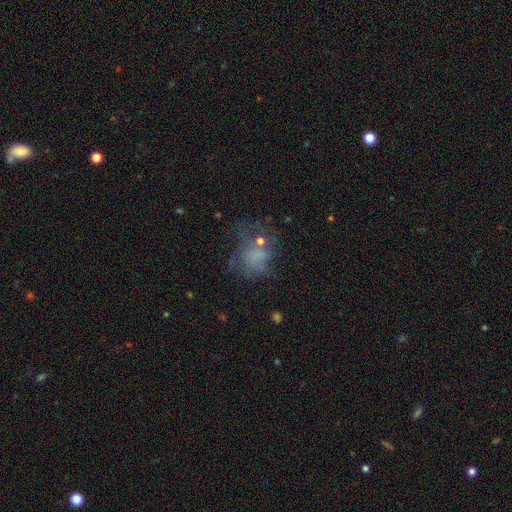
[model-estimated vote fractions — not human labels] Q: Smooth or featured?
A: smooth (45%); runner-up: featured or disk (37%)
Q: Merging?
A: none (37%); runner-up: major disturbance (36%)